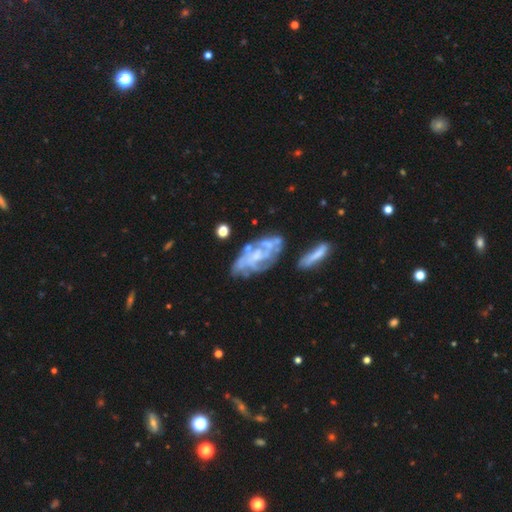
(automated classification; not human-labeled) Smooth or featured? Predicted: featured or disk (p=0.78). Edge-on disk? Predicted: no (p=0.94). Bar? Predicted: no (p=0.66). Spiral arms? Predicted: yes (p=0.74). Spiral winding? Predicted: tight (p=0.49). Spiral arm count? Predicted: can't tell (p=0.48). Bulge size? Predicted: small (p=0.43). Merging? Predicted: none (p=0.54).